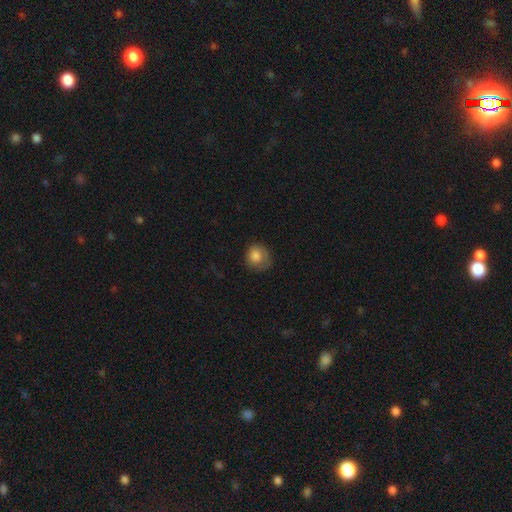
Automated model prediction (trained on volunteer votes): Overall: smooth (81%). How rounded: round (82%). Merging: none (60%; minor disturbance 25%).